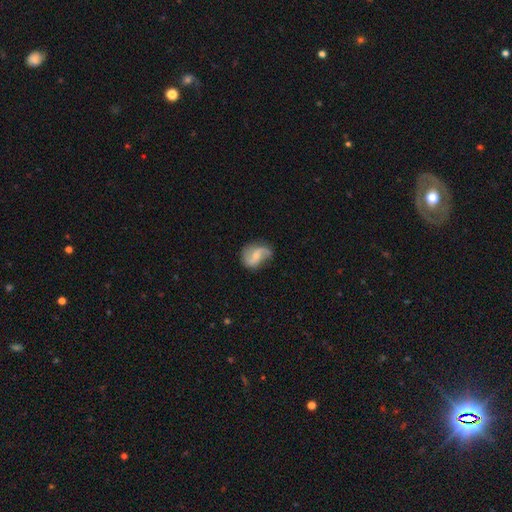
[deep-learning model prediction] This is likely a featured or disk galaxy (71%). It is clearly not viewed edge-on (97%). Bar: marginally weak (43%). Spiral arm pattern: clearly yes (92%). Spiral arm count: clearly 2 (85%). Spiral winding: likely loose (64%). Central bulge: possibly small (52%). Merging: likely none (61%).